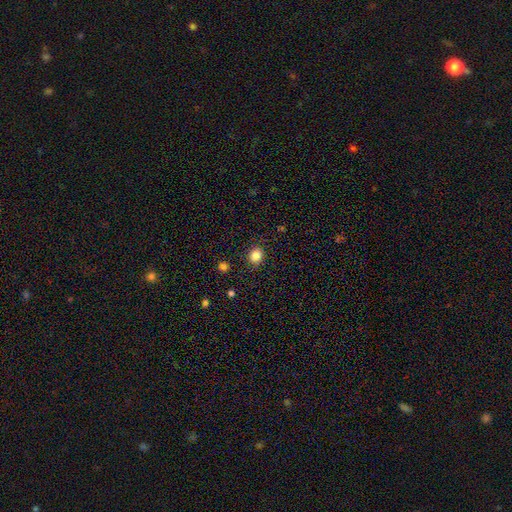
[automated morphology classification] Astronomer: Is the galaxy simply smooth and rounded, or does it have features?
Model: smooth — 84%.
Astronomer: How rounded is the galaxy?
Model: round — 70%.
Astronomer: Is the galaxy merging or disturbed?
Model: none — 88%.